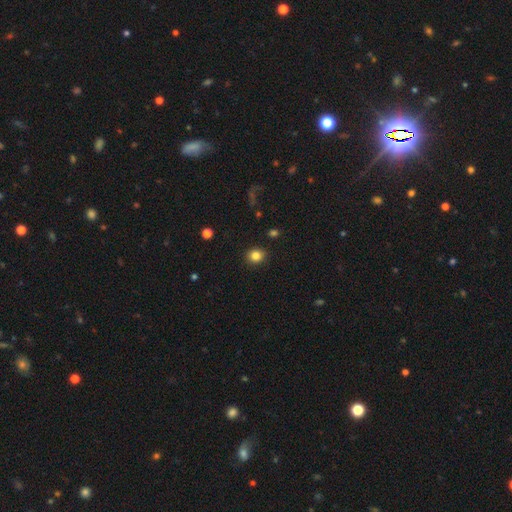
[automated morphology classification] This is clearly a smooth galaxy (84%). How rounded: clearly round (81%). Merging: clearly none (91%).